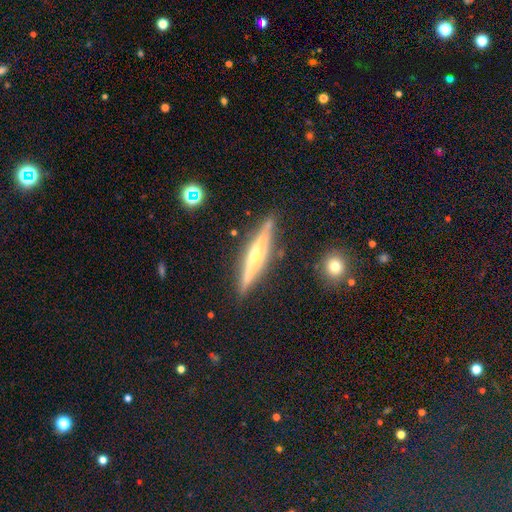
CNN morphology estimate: This appears to be a featured or disk galaxy (80%) viewed edge-on (97%) with a rounded central bulge (86%). Merging: none (87%).